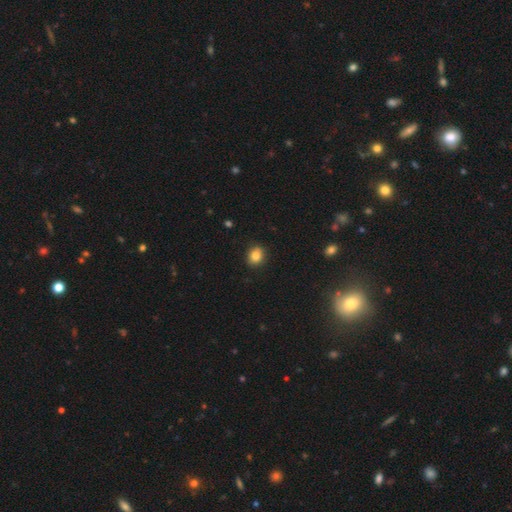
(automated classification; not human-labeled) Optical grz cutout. It shows a smooth galaxy with no disk features (83%) that is round (61%). Merging: none (89%).